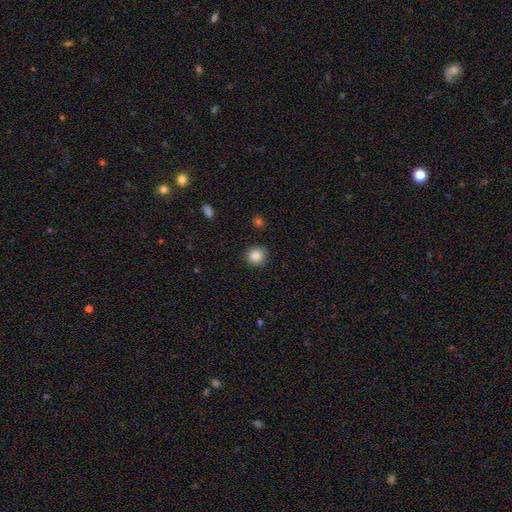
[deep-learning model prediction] The model was most divided on "smooth or featured": smooth: 87%, star or artifact: 10%, featured or disk: 4%. More confident: how rounded — round (90%); merging — none (88%).